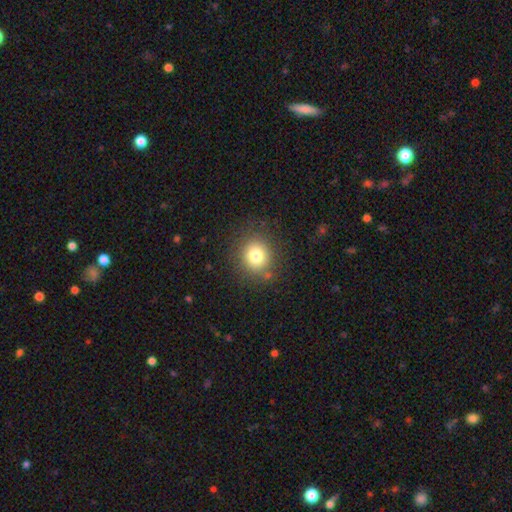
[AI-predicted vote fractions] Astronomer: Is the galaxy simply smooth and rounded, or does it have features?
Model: smooth — 79%.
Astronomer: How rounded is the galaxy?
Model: round — 86%.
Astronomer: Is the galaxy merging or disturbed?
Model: none — 85%.